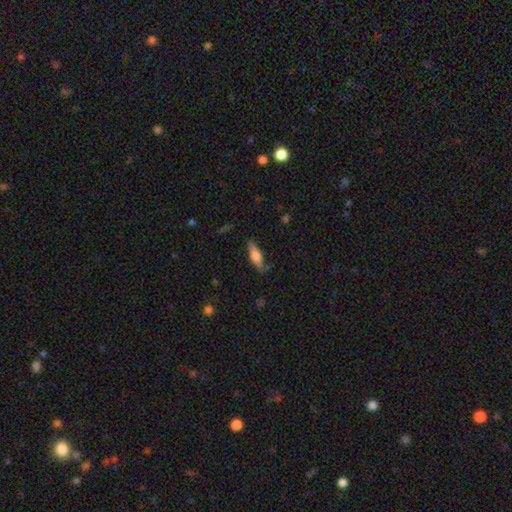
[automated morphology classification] The model was most divided on "smooth or featured": smooth: 51%, featured or disk: 42%, star or artifact: 7%. More confident: merging — none (76%); how rounded — cigar-shaped (58%).